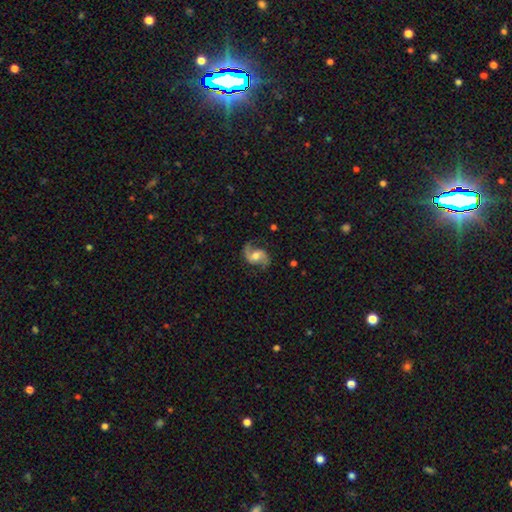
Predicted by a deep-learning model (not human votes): Smooth or featured? featured or disk (84%)
Edge-on disk? no (98%)
Bar? no (48%)
Spiral arms? yes (96%)
Spiral winding? loose (49%)
Spiral arm count? 2 (92%)
Bulge size? moderate (65%)
Merging? none (78%)